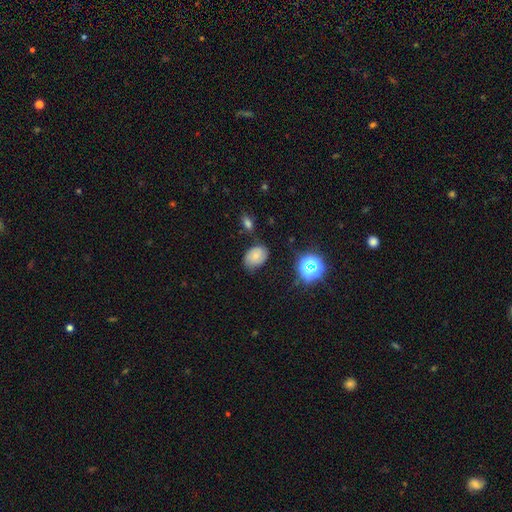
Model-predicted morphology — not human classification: Overall: smooth (57%; featured or disk 27%). How rounded: in between (74%). Merging: none (65%; minor disturbance 25%).